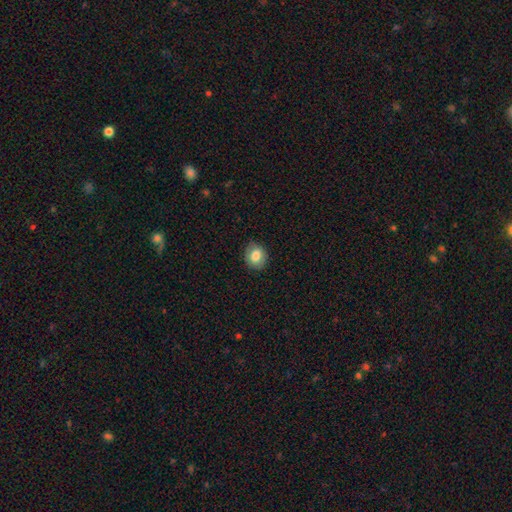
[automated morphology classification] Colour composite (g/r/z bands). It shows a smooth galaxy with no disk features (81%) that is round (63%). Merging: none (86%).